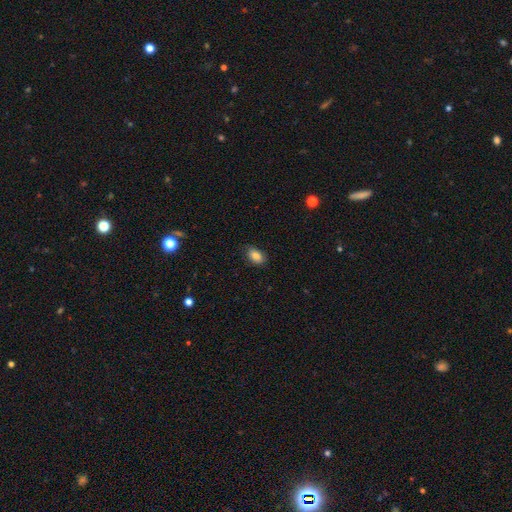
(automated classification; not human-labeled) Smooth or featured: smooth — 85% (star or artifact — 9%)
How rounded: in between — 87% (round — 12%)
Merging: none — 83% (minor disturbance — 14%)